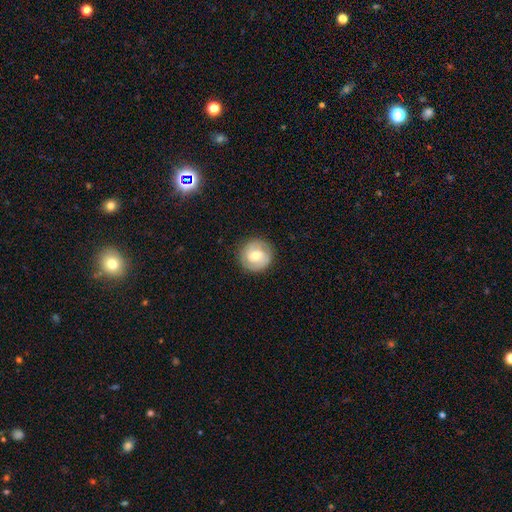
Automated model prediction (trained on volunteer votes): A featured or disk galaxy (54%) with no bar (50%), spiral arms (78%) and a moderate central bulge (68%).

Vote fractions:
- Smooth or featured? featured or disk: 54% / smooth: 39% / star or artifact: 7%
- Edge-on disk? no: 97% / yes: 3%
- Bar? no: 50% / weak: 39% / strong: 11%
- Spiral arms? yes: 78% / no: 22%
- Bulge size? moderate: 68% / small: 24% / large: 6% / none: 1% / dominant: 1%
- Merging? none: 87% / minor disturbance: 9% / major disturbance: 3% / merger: 1%